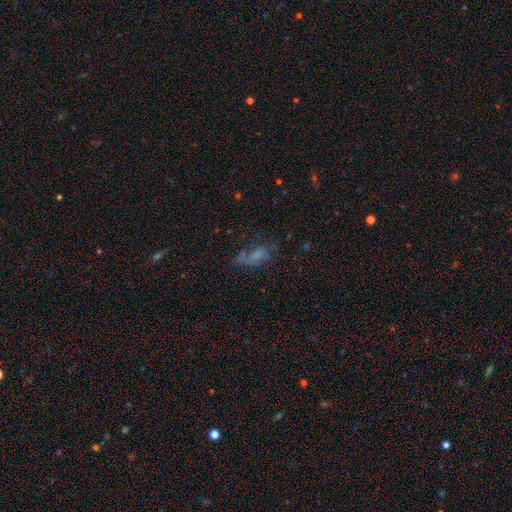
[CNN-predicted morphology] Smooth or featured: smooth — 54% (featured or disk — 28%)
How rounded: in between — 78% (cigar-shaped — 16%)
Merging: none — 45% (minor disturbance — 25%)